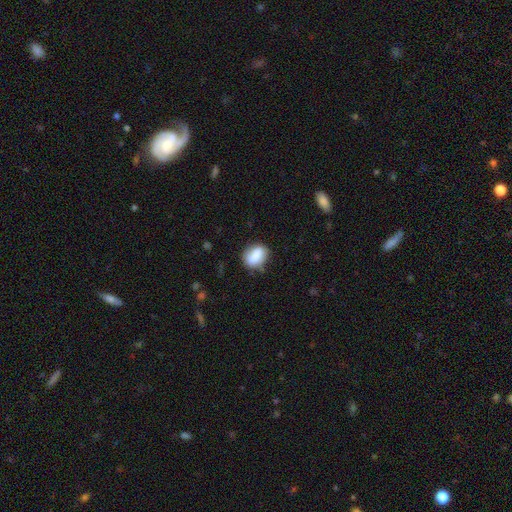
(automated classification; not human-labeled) smooth 70%, featured or disk 22%, star or artifact 8%. Down the decision tree: how rounded — in between (55%); merging — none (66%).